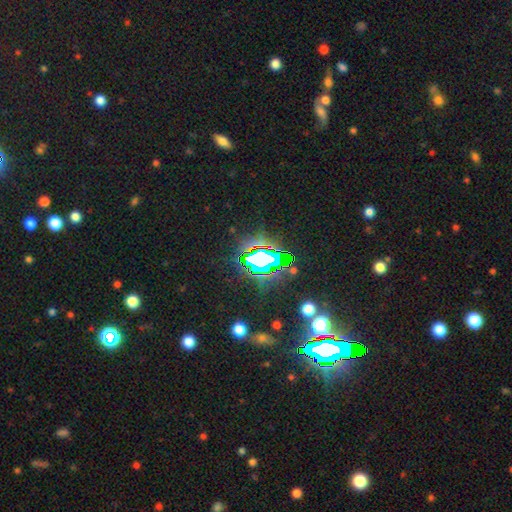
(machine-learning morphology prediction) The model was most divided on "smooth or featured": star or artifact: 72%, smooth: 16%, featured or disk: 12%.